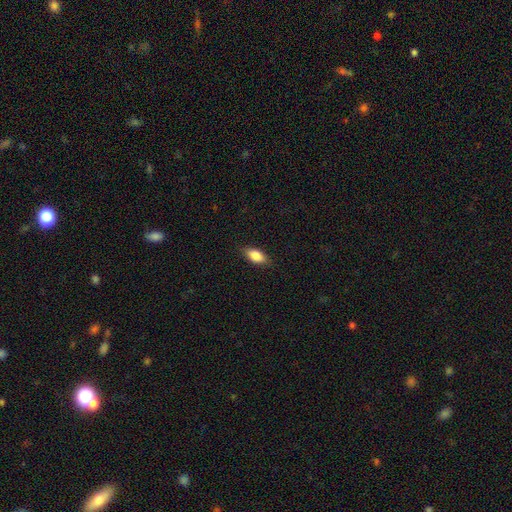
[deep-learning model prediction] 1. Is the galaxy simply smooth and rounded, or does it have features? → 84% smooth, 9% featured or disk, 7% star or artifact.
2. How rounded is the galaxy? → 87% in between, 9% cigar-shaped, 4% round.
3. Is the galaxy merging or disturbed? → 85% none, 12% minor disturbance, 3% major disturbance, 1% merger.